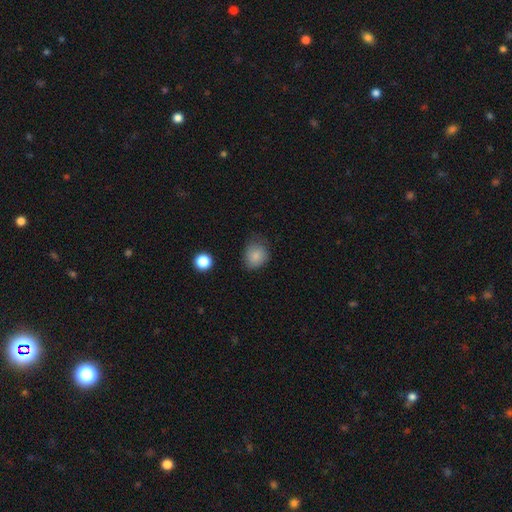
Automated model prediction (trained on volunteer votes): smooth_or_featured: smooth (p=0.83) [alt: star or artifact p=0.10]
how_rounded: round (p=0.70) [alt: in between p=0.29]
merging: none (p=0.66) [alt: minor disturbance p=0.26]